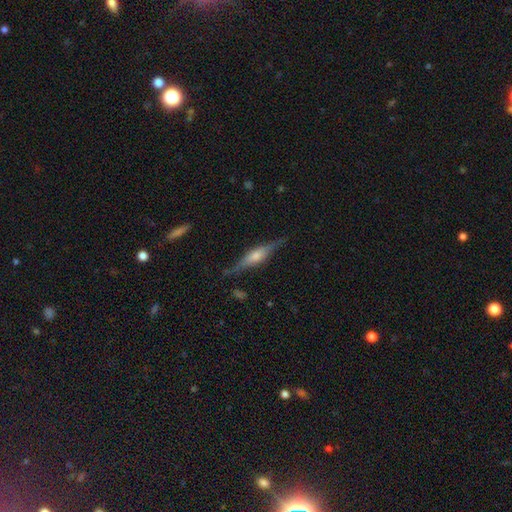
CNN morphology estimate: smooth_or_featured: featured or disk (p=0.76) [alt: smooth p=0.17]
disk_edge_on: yes (p=0.97) [alt: no p=0.03]
edge_on_bulge: rounded (p=0.75) [alt: boxy p=0.21]
merging: none (p=0.84) [alt: minor disturbance p=0.11]